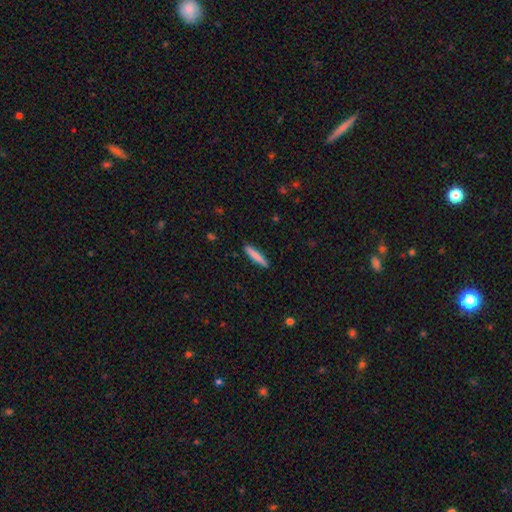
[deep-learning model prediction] Smooth or featured? smooth (82%)
How rounded? cigar-shaped (91%)
Merging? none (90%)